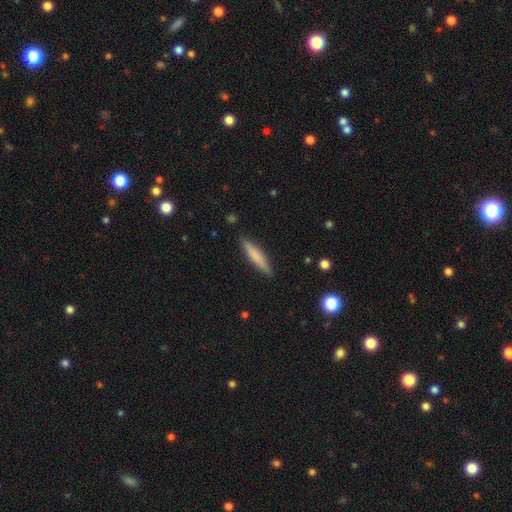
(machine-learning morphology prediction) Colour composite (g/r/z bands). It shows a smooth galaxy with no disk features (70%) that is cigar-shaped (89%). Merging: none (88%).